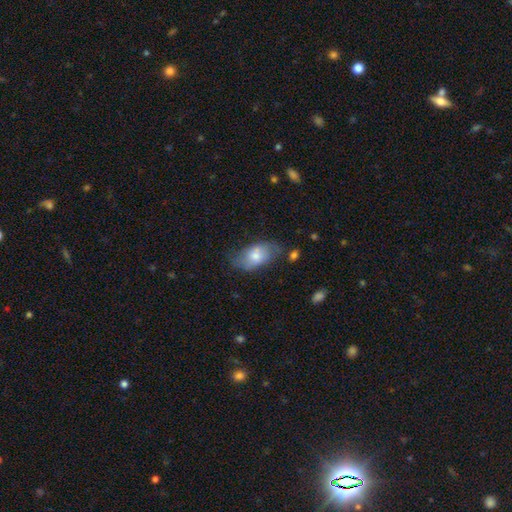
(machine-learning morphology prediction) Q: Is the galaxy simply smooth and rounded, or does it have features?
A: smooth — 67%.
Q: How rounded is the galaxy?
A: in between — 91%.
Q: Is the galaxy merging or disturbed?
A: none — 59%.